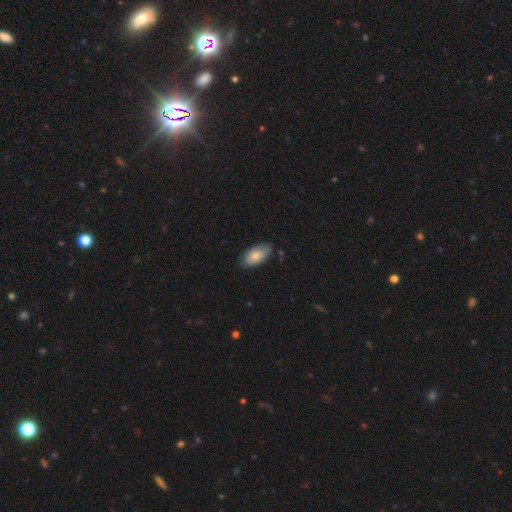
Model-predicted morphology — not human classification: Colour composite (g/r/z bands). It shows a smooth galaxy with no disk features (82%) that is in between round and cigar-shaped (93%). Merging: none (76%).